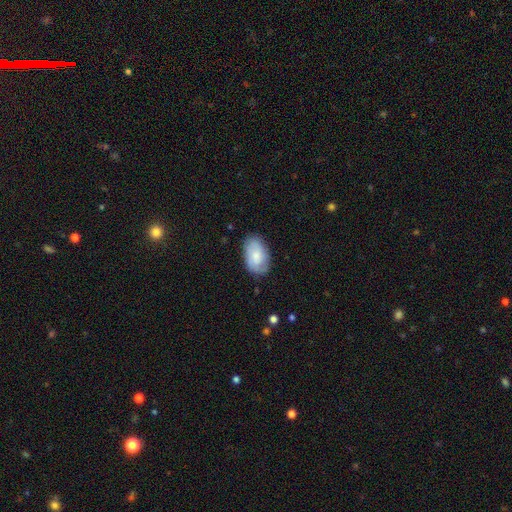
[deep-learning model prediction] A smooth galaxy with no disk features (69%) that is in between round and cigar-shaped (92%).

Vote fractions:
- Smooth or featured? smooth: 69% / featured or disk: 25% / star or artifact: 6%
- How rounded? in between: 92% / round: 6% / cigar-shaped: 1%
- Merging? none: 76% / minor disturbance: 19% / major disturbance: 4% / merger: 1%